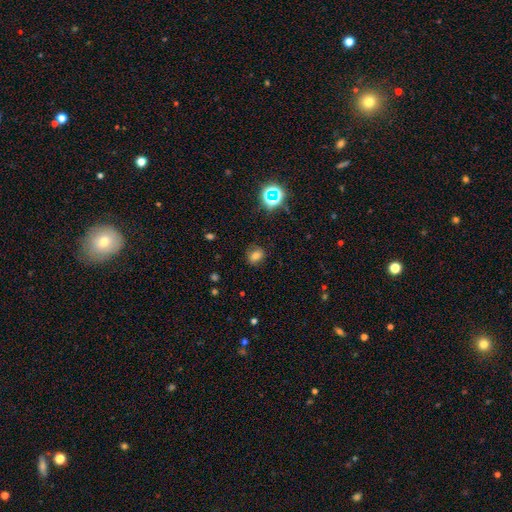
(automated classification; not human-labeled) smooth_or_featured: smooth (p=0.67) [alt: star or artifact p=0.21]
how_rounded: round (p=0.54) [alt: in between p=0.44]
merging: none (p=0.82) [alt: minor disturbance p=0.13]